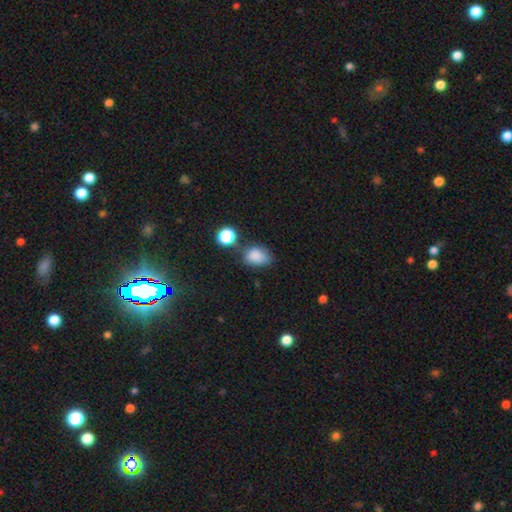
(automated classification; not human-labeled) This is clearly a smooth galaxy (81%). How rounded: likely in between (72%). Merging: possibly none (56%).